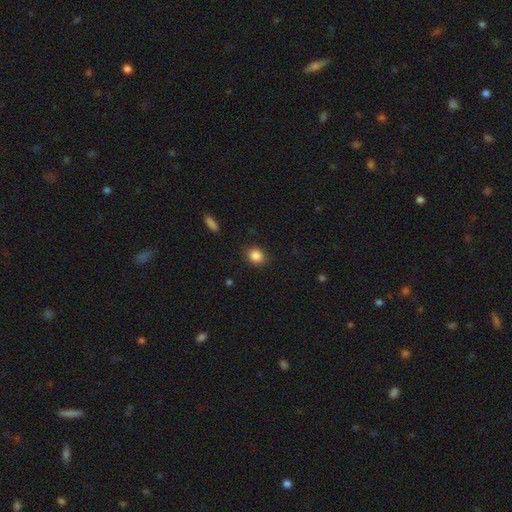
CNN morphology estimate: type=smooth (86%); roundness=round (67%); merging=none (88%).